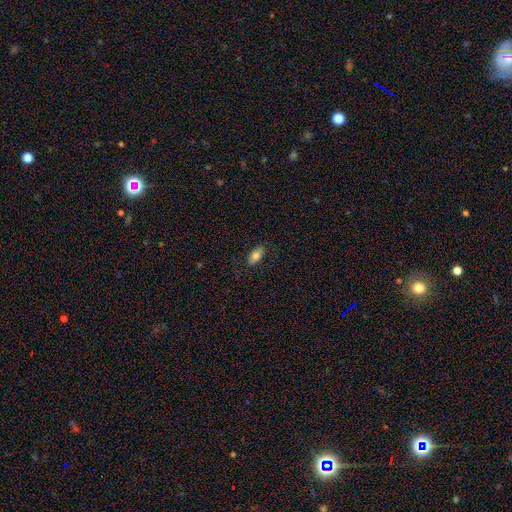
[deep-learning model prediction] Morphology: type=smooth (76%); roundness=in between (90%); merging=none (85%).